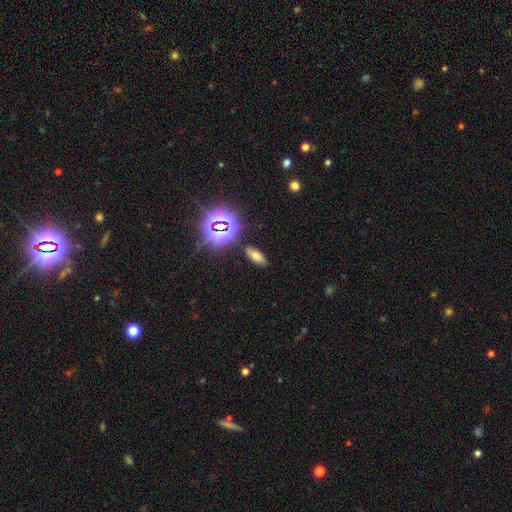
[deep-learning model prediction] This appears to be a smooth galaxy with no disk features (63%) that is in between round and cigar-shaped (82%). Merging: none (86%).